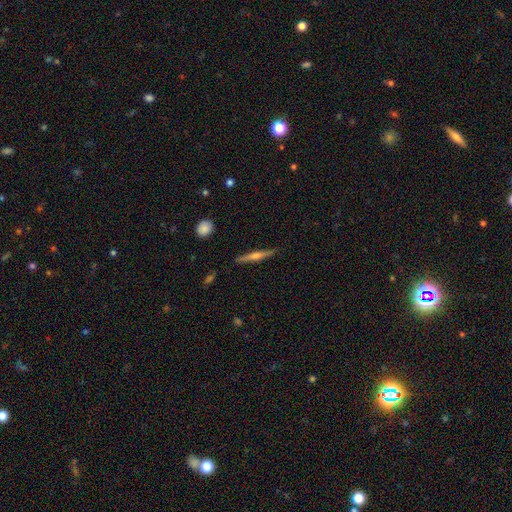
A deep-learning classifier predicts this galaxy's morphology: Smooth or featured?
  - featured or disk: 64% *
  - smooth: 30%
  - star or artifact: 6%
Edge-on disk?
  - yes: 98% *
  - no: 2%
Edge-on bulge?
  - rounded: 78% *
  - none: 12%
  - boxy: 10%
Merging?
  - none: 89% *
  - minor disturbance: 8%
  - major disturbance: 2%
  - merger: 1%